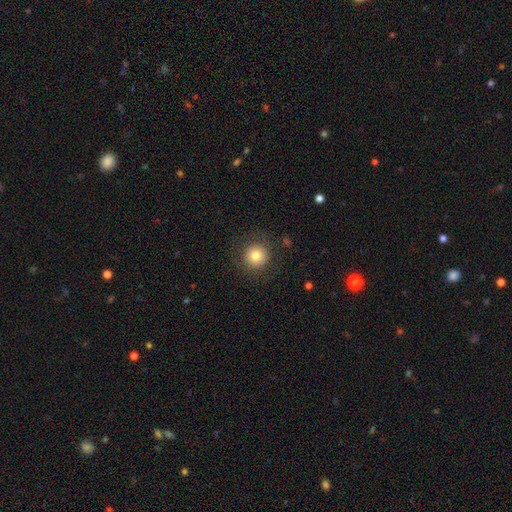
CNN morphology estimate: A smooth galaxy with no disk features (78%) that is round (95%). Merging: none (86%).